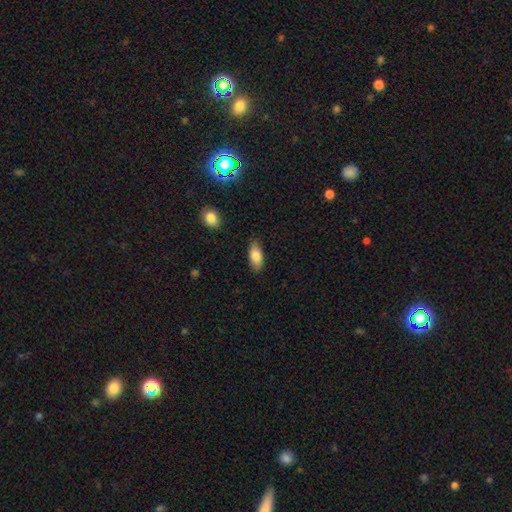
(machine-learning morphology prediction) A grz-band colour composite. It shows a smooth galaxy with no disk features (82%) that is in between round and cigar-shaped (86%). Merging: none (84%).